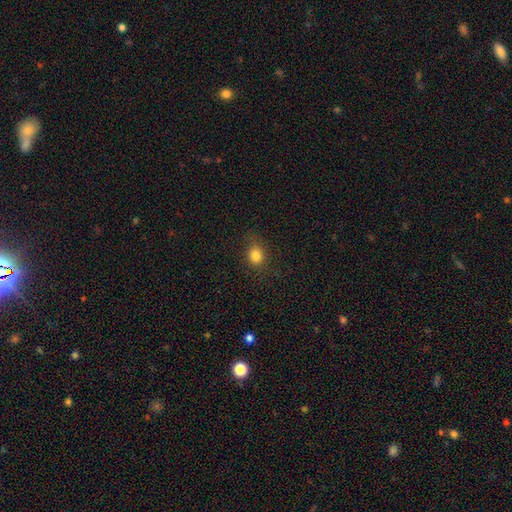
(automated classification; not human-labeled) Smooth or featured?
  - smooth: 82% *
  - star or artifact: 12%
  - featured or disk: 6%
How rounded?
  - round: 56% *
  - in between: 43%
  - cigar-shaped: 1%
Merging?
  - none: 81% *
  - minor disturbance: 13%
  - major disturbance: 4%
  - merger: 1%